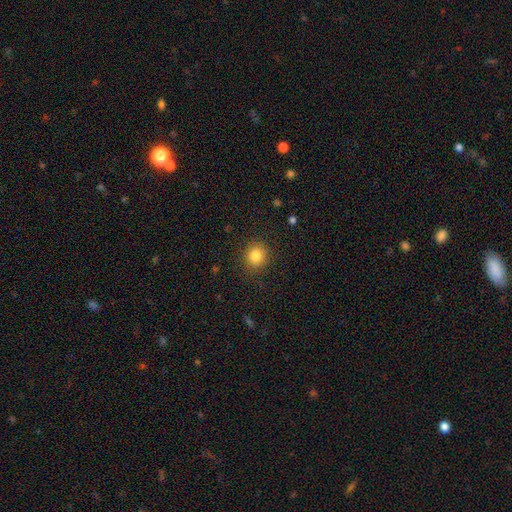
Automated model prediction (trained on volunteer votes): A smooth galaxy with no disk features (84%) that is round (84%).

Vote fractions:
- Smooth or featured? smooth: 84% / star or artifact: 11% / featured or disk: 6%
- How rounded? round: 84% / in between: 15% / cigar-shaped: 1%
- Merging? none: 87% / minor disturbance: 9% / major disturbance: 3% / merger: 1%